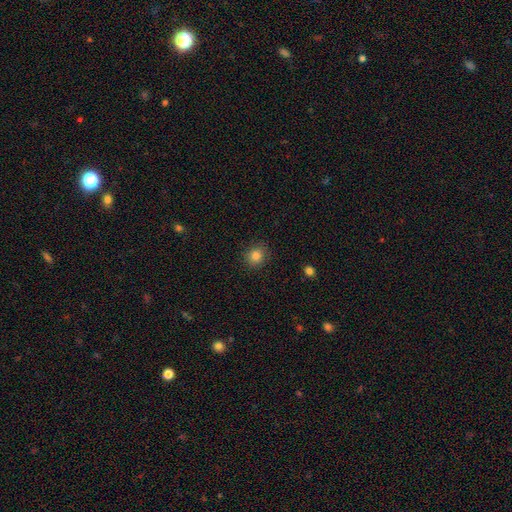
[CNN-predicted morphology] Overall: smooth (83%). How rounded: round (82%). Merging: none (90%).